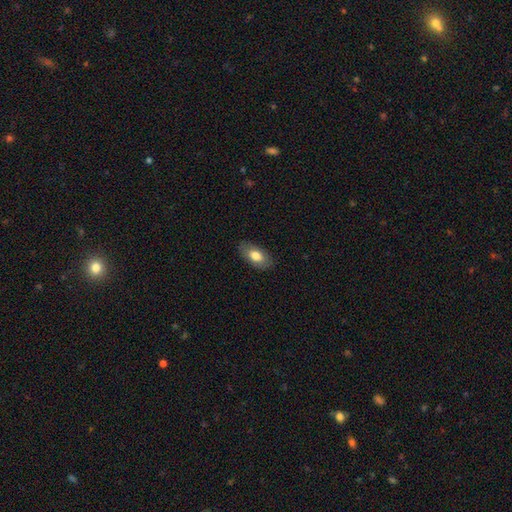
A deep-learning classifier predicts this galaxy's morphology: Q: Smooth or featured?
A: smooth (75%); runner-up: featured or disk (19%)
Q: How rounded?
A: in between (93%); runner-up: round (4%)
Q: Merging?
A: none (84%); runner-up: minor disturbance (12%)